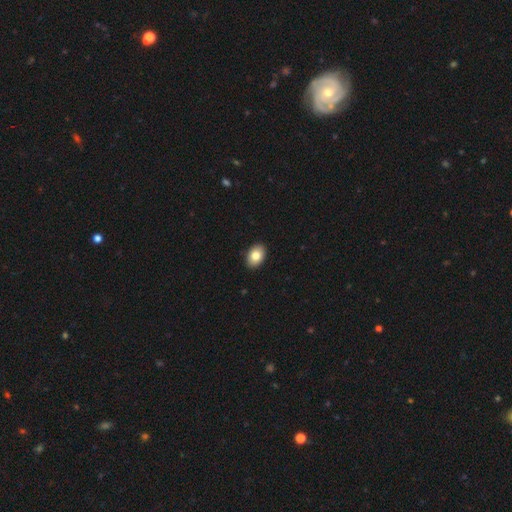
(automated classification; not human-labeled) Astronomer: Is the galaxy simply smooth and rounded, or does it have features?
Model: smooth — 83%.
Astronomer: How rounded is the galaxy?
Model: in between — 84%.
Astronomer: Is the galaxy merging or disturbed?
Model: none — 91%.